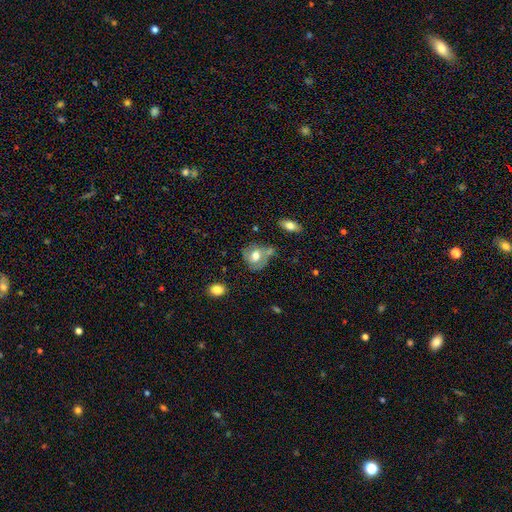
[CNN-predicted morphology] Smooth or featured?
  - smooth: 57% *
  - featured or disk: 35%
  - star or artifact: 8%
How rounded?
  - round: 61% *
  - in between: 37%
  - cigar-shaped: 1%
Merging?
  - none: 47% *
  - minor disturbance: 25%
  - merger: 18%
  - major disturbance: 10%